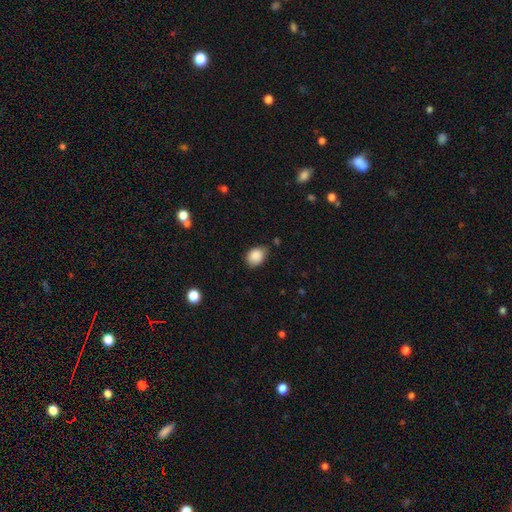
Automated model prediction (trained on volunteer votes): Smooth or featured: smooth — 88% (star or artifact — 8%)
How rounded: in between — 59% (round — 40%)
Merging: none — 67% (minor disturbance — 25%)